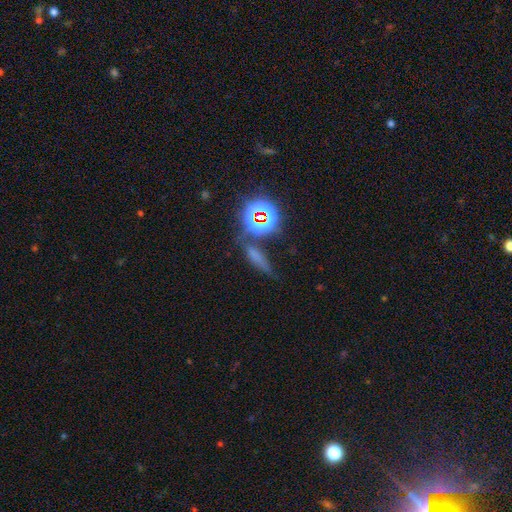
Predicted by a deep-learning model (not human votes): smooth-or-featured: smooth: 49% | star or artifact: 36% | featured or disk: 15%
  merging: none: 63% | minor disturbance: 18% | merger: 10% | major disturbance: 9%